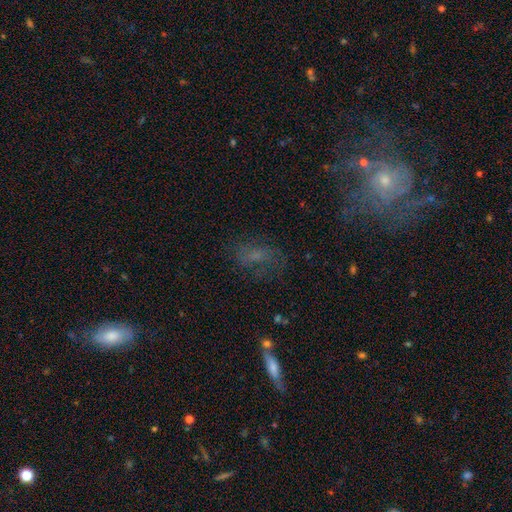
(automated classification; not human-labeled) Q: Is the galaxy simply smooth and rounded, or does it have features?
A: smooth — 40%.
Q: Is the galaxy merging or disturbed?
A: none — 63%.